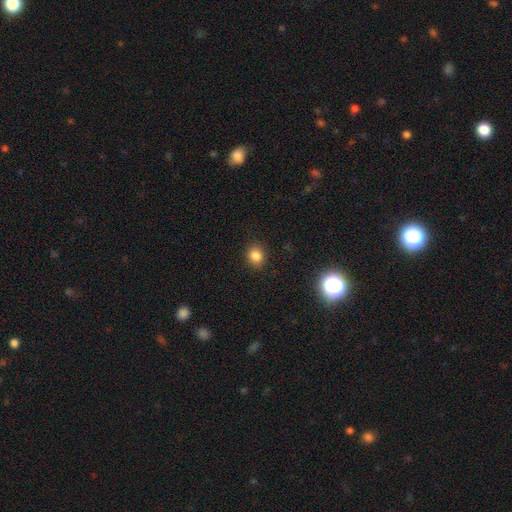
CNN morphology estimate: A smooth galaxy with no disk features (82%) that is round (73%). Merging: none (89%).